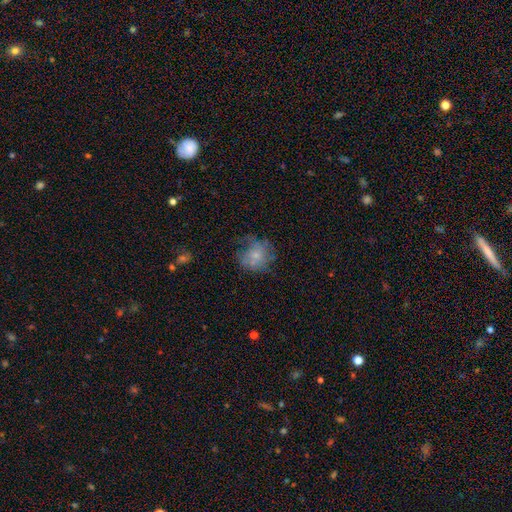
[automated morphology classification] Overall: smooth (55%; featured or disk 34%). How rounded: round (75%). Merging: none (51%; minor disturbance 25%).